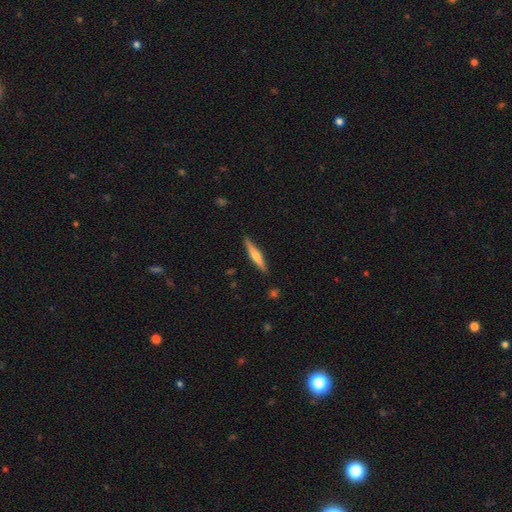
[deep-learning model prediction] Overall: featured or disk (52%; smooth 42%). Edge-on disk: yes (96%). Merging: none (89%).